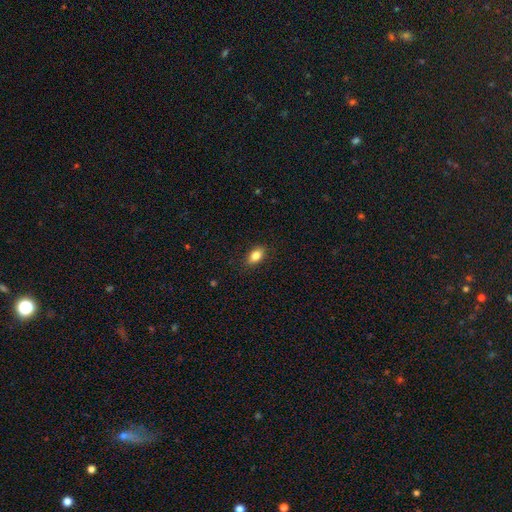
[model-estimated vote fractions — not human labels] Overall: smooth (84%). How rounded: in between (88%). Merging: none (88%).